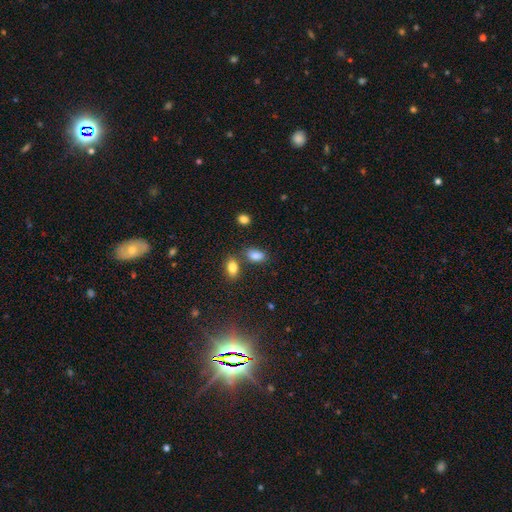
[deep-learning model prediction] Smooth or featured? smooth (85%)
How rounded? in between (90%)
Merging? none (66%)